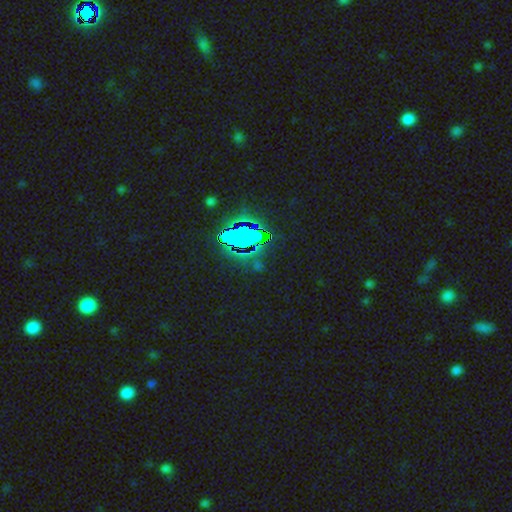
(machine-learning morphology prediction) A star or artifact, not a galaxy (82%).

Vote fractions:
- Smooth or featured? star or artifact: 82% / smooth: 11% / featured or disk: 7%